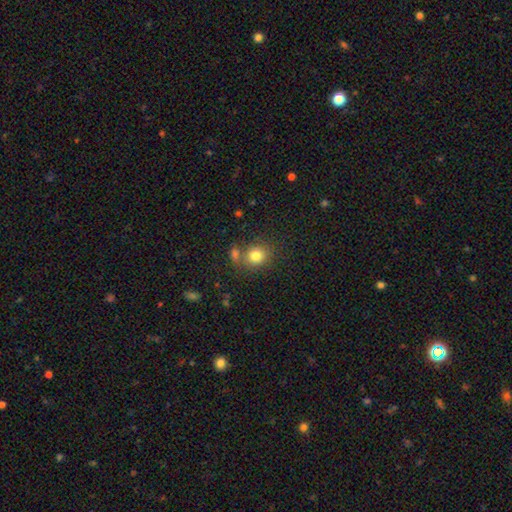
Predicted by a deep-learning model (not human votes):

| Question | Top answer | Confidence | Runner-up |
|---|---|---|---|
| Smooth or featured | smooth | 80% | star or artifact (12%) |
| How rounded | round | 78% | in between (21%) |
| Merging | none | 67% | merger (17%) |